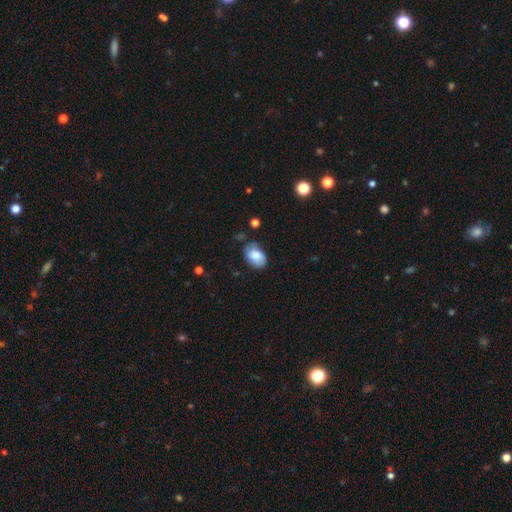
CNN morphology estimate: The model was most divided on "merging": none: 62%, minor disturbance: 28%, major disturbance: 7%, merger: 3%. More confident: how rounded — in between (88%); smooth or featured — smooth (73%).